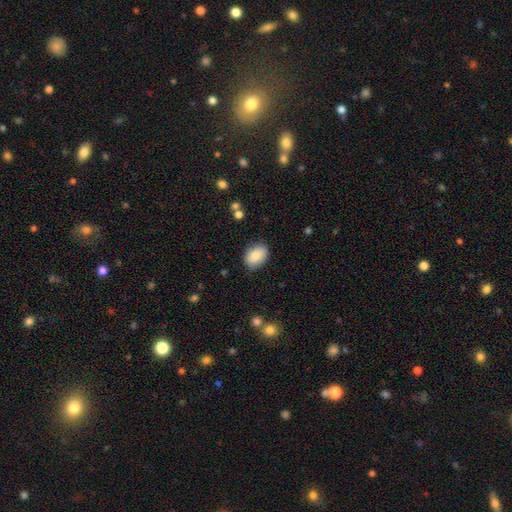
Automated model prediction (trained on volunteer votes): Smooth or featured: smooth — 84% (featured or disk — 9%)
How rounded: in between — 81% (round — 18%)
Merging: none — 83% (minor disturbance — 13%)